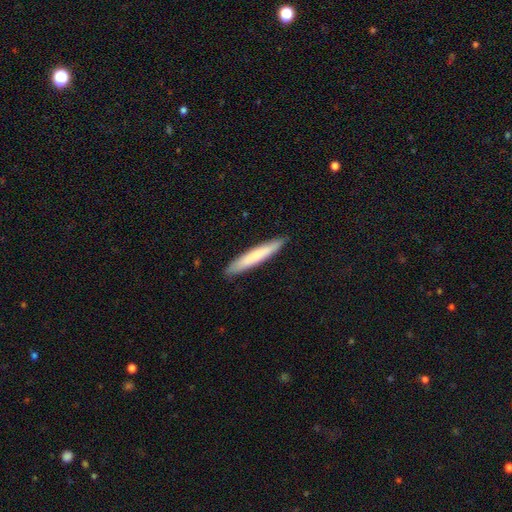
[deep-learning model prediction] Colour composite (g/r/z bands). It shows a smooth galaxy with no disk features (71%) that is cigar-shaped (94%). Merging: none (90%).